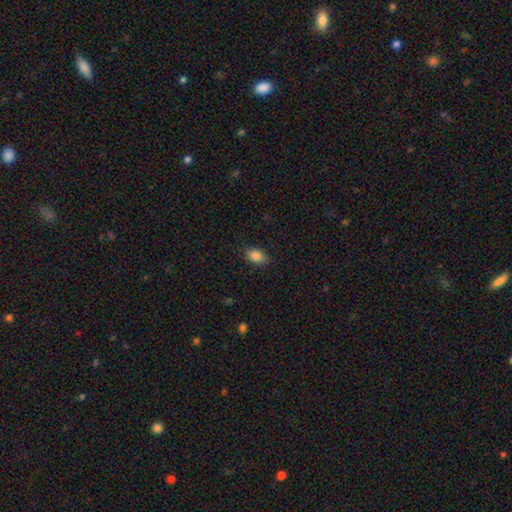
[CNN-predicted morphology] Smooth or featured?
  - smooth: 84% *
  - star or artifact: 9%
  - featured or disk: 7%
How rounded?
  - in between: 86% *
  - round: 10%
  - cigar-shaped: 4%
Merging?
  - none: 82% *
  - minor disturbance: 15%
  - major disturbance: 3%
  - merger: 1%